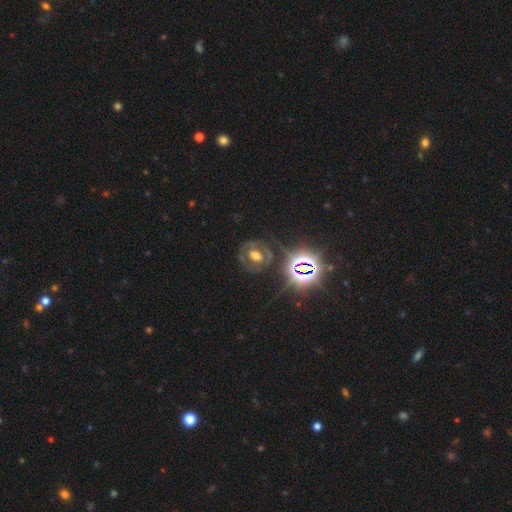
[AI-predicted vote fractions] Smooth or featured? featured or disk (50%)
Edge-on disk? no (94%)
Merging? none (69%)